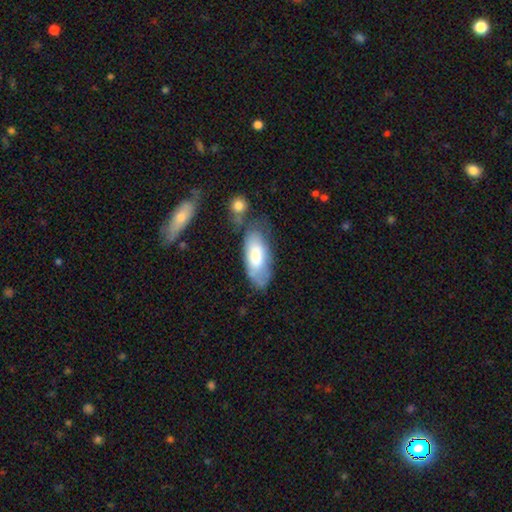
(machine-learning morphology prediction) Overall: smooth (70%). How rounded: in between (84%). Merging: none (52%; minor disturbance 26%).